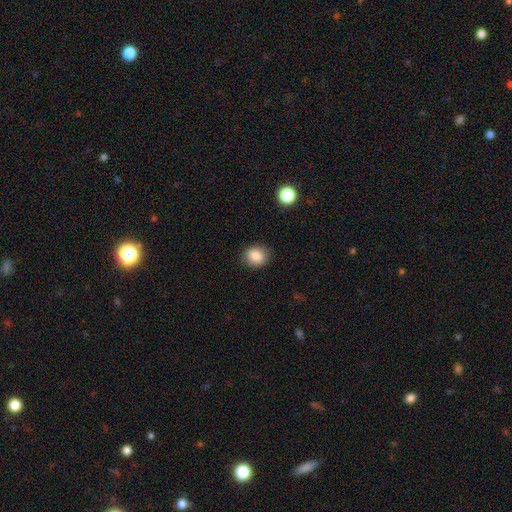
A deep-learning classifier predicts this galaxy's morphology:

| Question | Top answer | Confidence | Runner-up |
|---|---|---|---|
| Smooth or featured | smooth | 86% | star or artifact (9%) |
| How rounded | round | 67% | in between (32%) |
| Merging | none | 84% | minor disturbance (12%) |